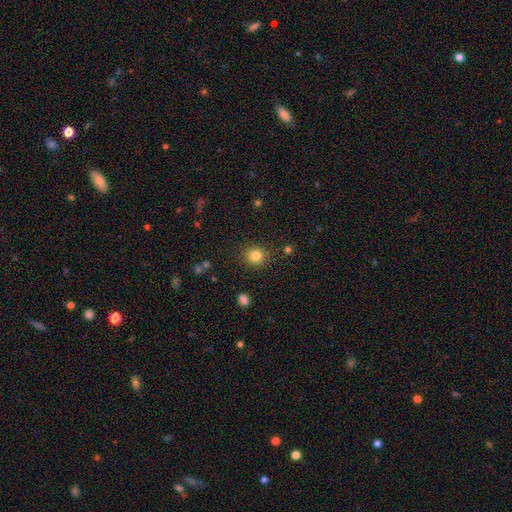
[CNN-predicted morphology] smooth 83%, star or artifact 12%, featured or disk 5%. Down the decision tree: how rounded — round (84%); merging — none (87%).